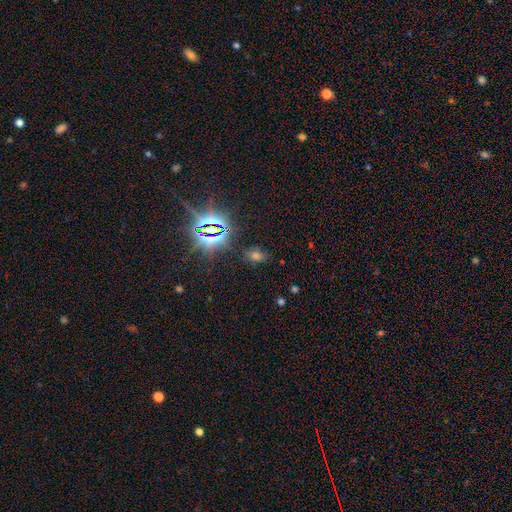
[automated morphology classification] smooth-or-featured: star or artifact: 51% | smooth: 39% | featured or disk: 9%